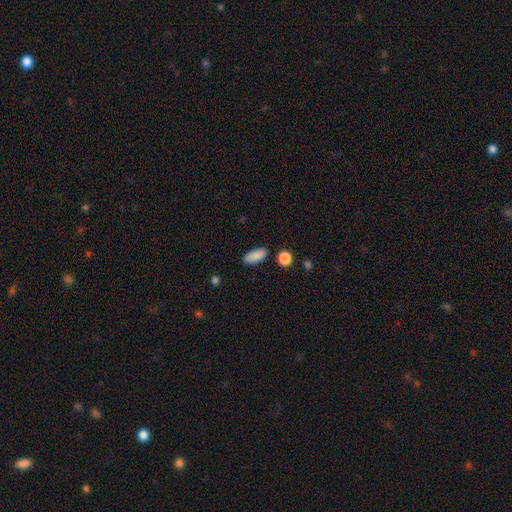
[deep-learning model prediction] smooth_or_featured: smooth (p=0.88) [alt: star or artifact p=0.07]
how_rounded: in between (p=0.83) [alt: cigar-shaped p=0.14]
merging: none (p=0.85) [alt: minor disturbance p=0.10]